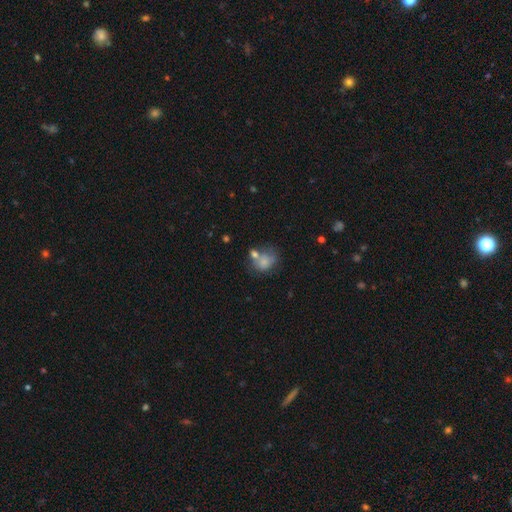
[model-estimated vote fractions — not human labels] Q: Smooth or featured?
A: smooth (63%); runner-up: featured or disk (21%)
Q: How rounded?
A: round (51%); runner-up: in between (48%)
Q: Merging?
A: none (40%); runner-up: merger (29%)